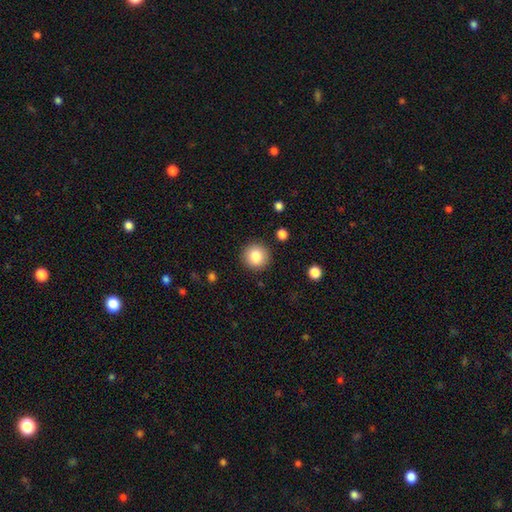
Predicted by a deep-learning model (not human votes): Smooth or featured: smooth — 83% (star or artifact — 9%)
How rounded: round — 90% (in between — 9%)
Merging: none — 87% (minor disturbance — 8%)